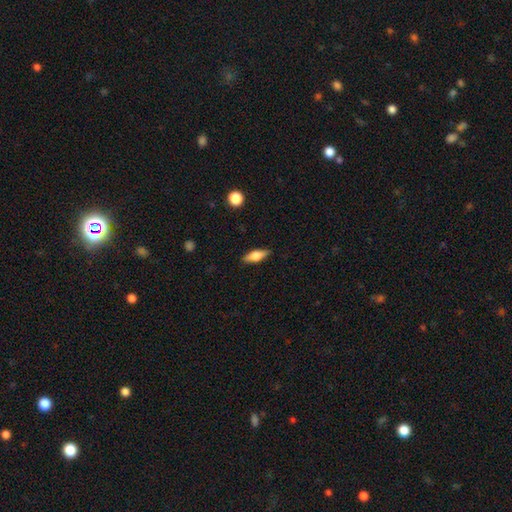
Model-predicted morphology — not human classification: Overall: smooth (54%; featured or disk 39%). How rounded: in between (61%; cigar-shaped 35%). Merging: none (88%).